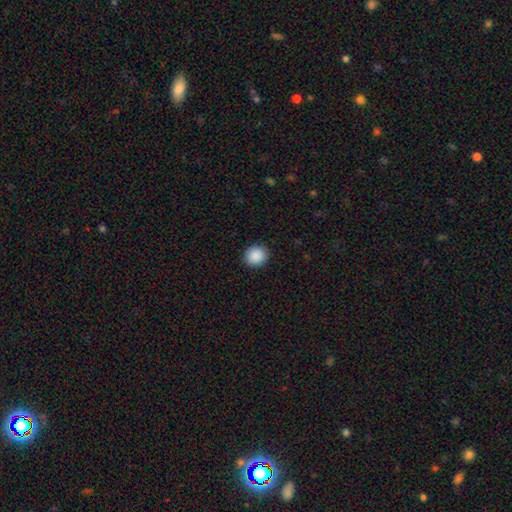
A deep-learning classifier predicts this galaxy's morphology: This appears to be a smooth galaxy with no disk features (90%) that is round (86%). Merging: none (92%).